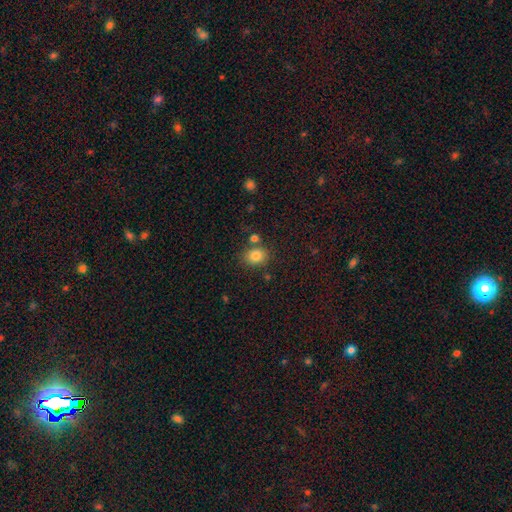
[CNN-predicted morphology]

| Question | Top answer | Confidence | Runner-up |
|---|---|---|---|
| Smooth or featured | smooth | 82% | star or artifact (11%) |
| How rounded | round | 57% | in between (43%) |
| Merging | none | 75% | minor disturbance (11%) |